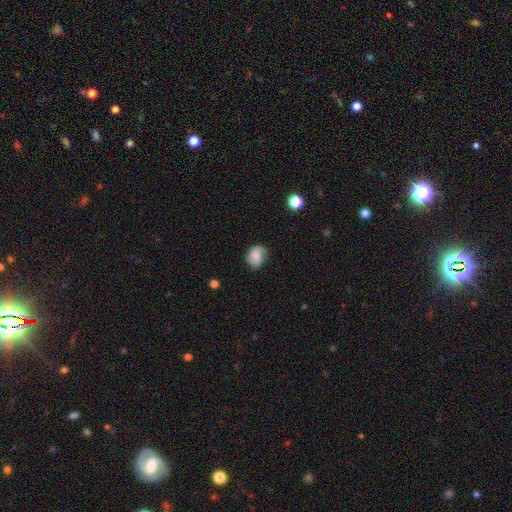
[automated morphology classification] Smooth or featured?
  - smooth: 70% *
  - featured or disk: 21%
  - star or artifact: 9%
How rounded?
  - in between: 50% *
  - round: 49%
  - cigar-shaped: 1%
Merging?
  - none: 61% *
  - minor disturbance: 29%
  - major disturbance: 9%
  - merger: 2%